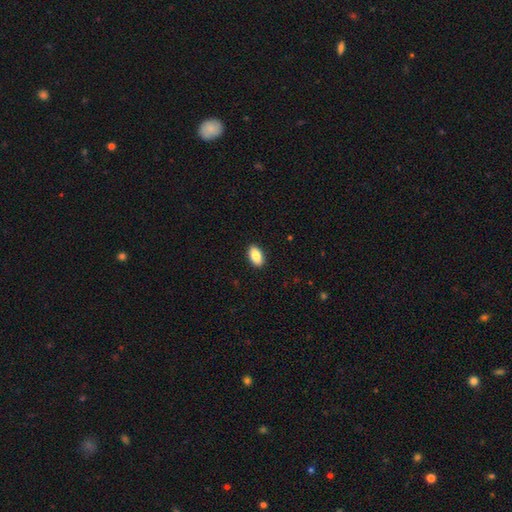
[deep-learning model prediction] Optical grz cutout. It shows a smooth galaxy with no disk features (85%) that is in between round and cigar-shaped (93%). Merging: none (91%).